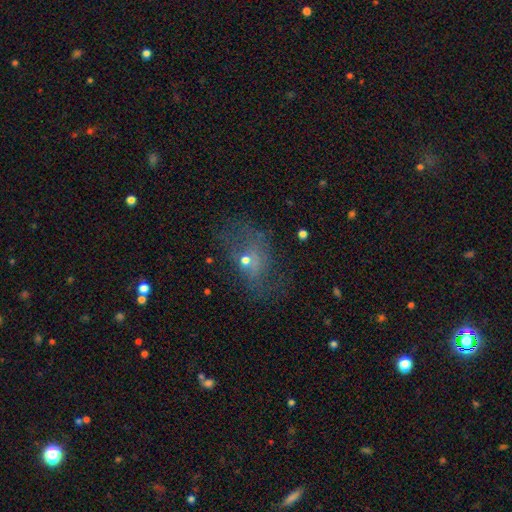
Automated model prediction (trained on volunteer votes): Overall: featured or disk (42%; smooth 32%). Merging: none (57%; minor disturbance 20%).